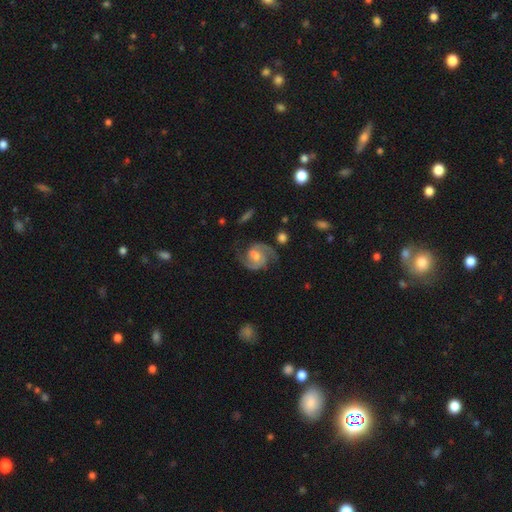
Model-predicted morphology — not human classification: smooth_or_featured: featured or disk (p=0.87) [alt: smooth p=0.08]
disk_edge_on: no (p=0.98) [alt: yes p=0.02]
bar: weak (p=0.53) [alt: no p=0.32]
has_spiral_arms: yes (p=0.97) [alt: no p=0.03]
spiral_winding: medium (p=0.56) [alt: tight p=0.24]
spiral_arm_count: 2 (p=0.91) [alt: can't tell p=0.03]
bulge_size: moderate (p=0.44) [alt: small p=0.31]
merging: none (p=0.72) [alt: minor disturbance p=0.16]